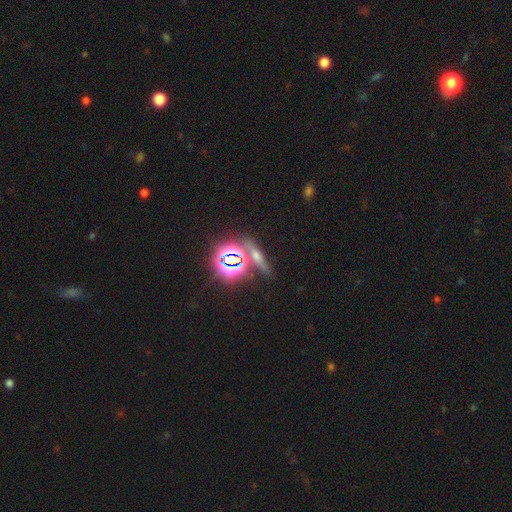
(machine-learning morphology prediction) type=star or artifact (44%).